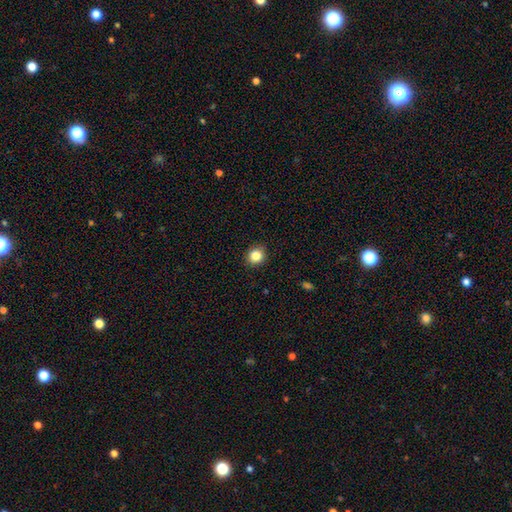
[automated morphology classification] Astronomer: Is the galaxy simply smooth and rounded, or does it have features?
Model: smooth — 85%.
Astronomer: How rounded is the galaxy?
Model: round — 85%.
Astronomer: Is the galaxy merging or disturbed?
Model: none — 91%.